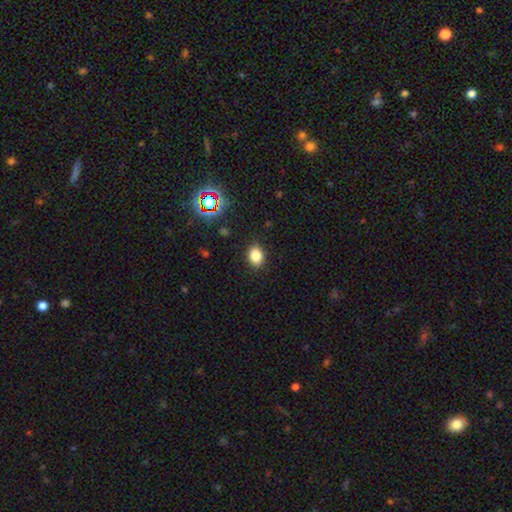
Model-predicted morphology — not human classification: Q: Smooth or featured?
A: smooth (82%); runner-up: star or artifact (13%)
Q: How rounded?
A: in between (63%); runner-up: round (36%)
Q: Merging?
A: none (87%); runner-up: minor disturbance (10%)